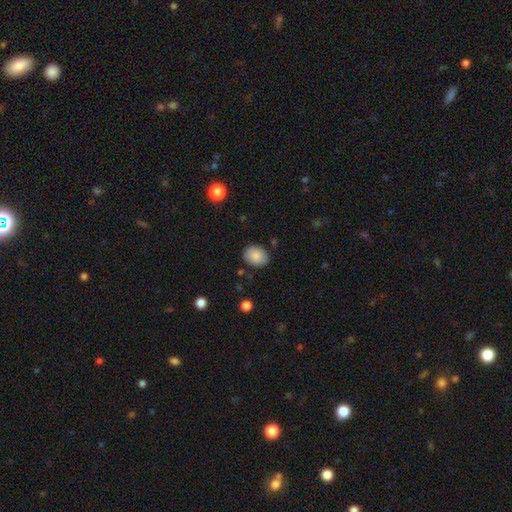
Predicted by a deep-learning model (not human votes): Smooth or featured? smooth (86%)
How rounded? in between (56%)
Merging? none (84%)